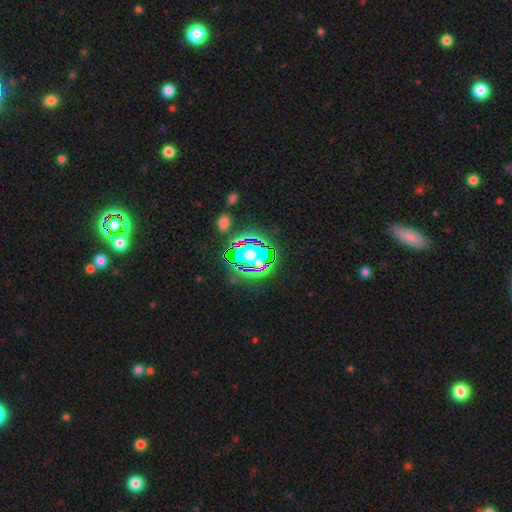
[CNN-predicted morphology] type=star or artifact (81%).